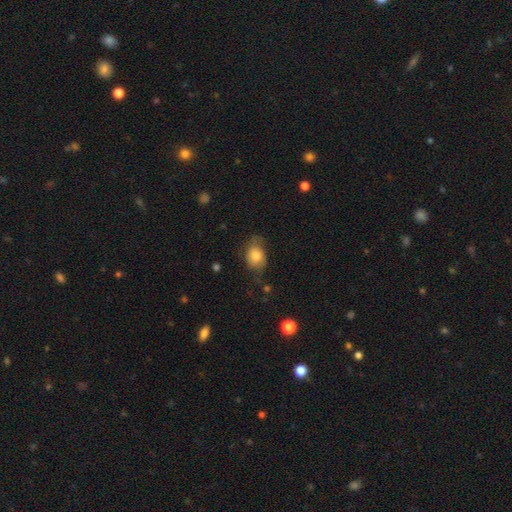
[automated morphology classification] Overall: smooth (75%). How rounded: in between (65%; round 33%). Merging: none (53%; minor disturbance 32%).